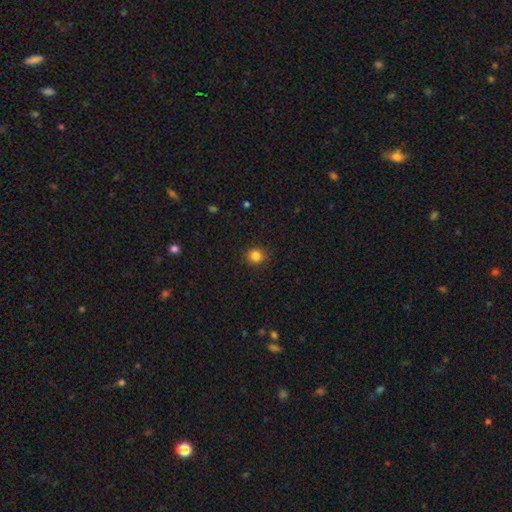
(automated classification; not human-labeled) The model was most divided on "smooth or featured": smooth: 84%, star or artifact: 12%, featured or disk: 4%. More confident: merging — none (91%); how rounded — round (91%).